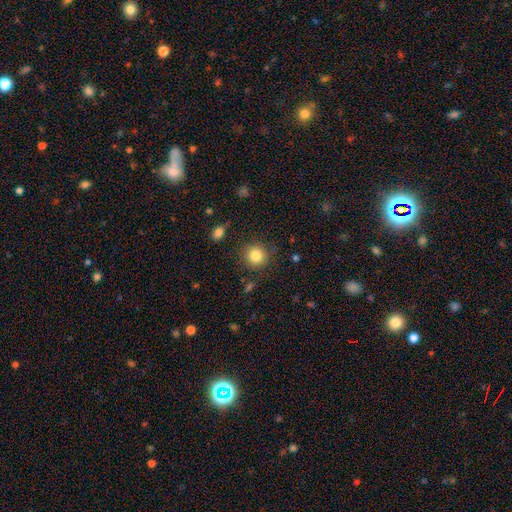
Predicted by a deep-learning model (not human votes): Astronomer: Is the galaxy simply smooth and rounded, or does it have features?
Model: smooth — 84%.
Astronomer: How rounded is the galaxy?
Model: round — 91%.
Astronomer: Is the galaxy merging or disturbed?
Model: none — 86%.